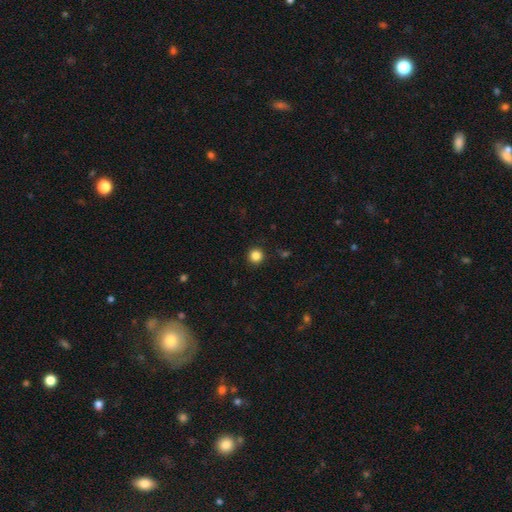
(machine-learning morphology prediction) smooth 85%, star or artifact 11%, featured or disk 4%. Down the decision tree: how rounded — round (95%); merging — none (92%).